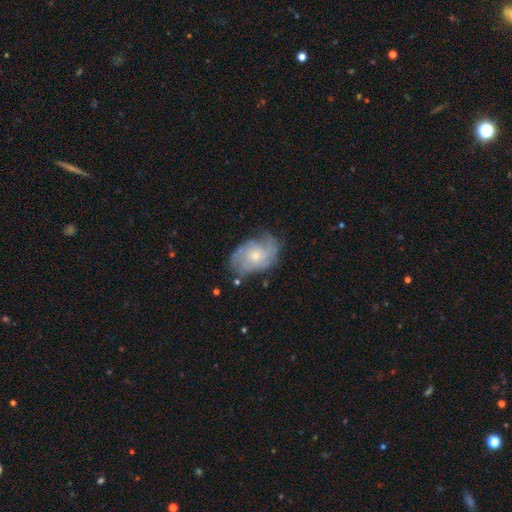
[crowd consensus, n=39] Volunteers were most divided on "spiral arm count": 3: 30%, can't tell: 26%, 2: 19%, 4: 15%, more than 4: 7%, 1: 4%. Remaining: spiral arms — yes (93%); edge-on disk — no (91%); smooth or featured — featured or disk (82%); bar — no (76%); bulge size — small (76%); merging — none (74%); spiral winding — medium (48%).